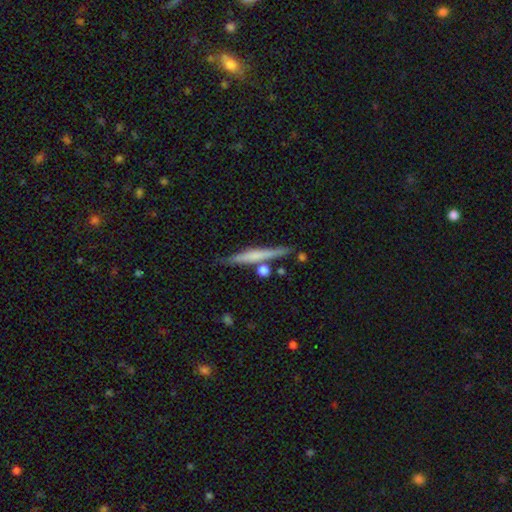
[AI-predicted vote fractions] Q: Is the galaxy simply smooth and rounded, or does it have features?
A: smooth — 49%.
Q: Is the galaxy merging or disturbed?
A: none — 78%.